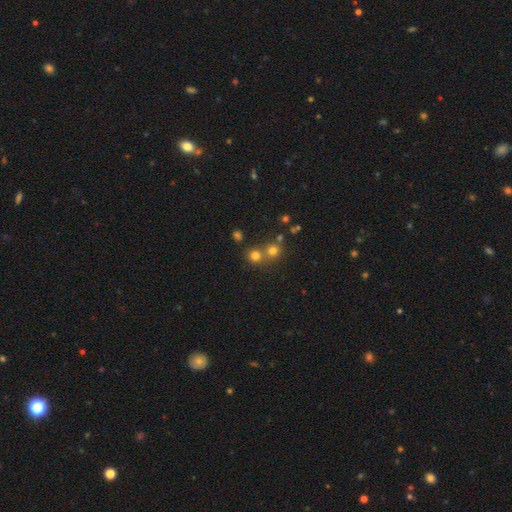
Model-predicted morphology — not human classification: Smooth or featured? Predicted: smooth (p=0.72). How rounded? Predicted: round (p=0.88). Merging? Predicted: none (p=0.55).